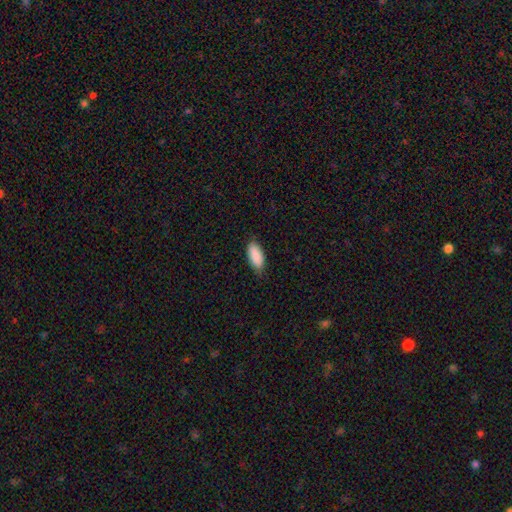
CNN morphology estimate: type=smooth (90%); roundness=in between (88%); merging=none (80%).